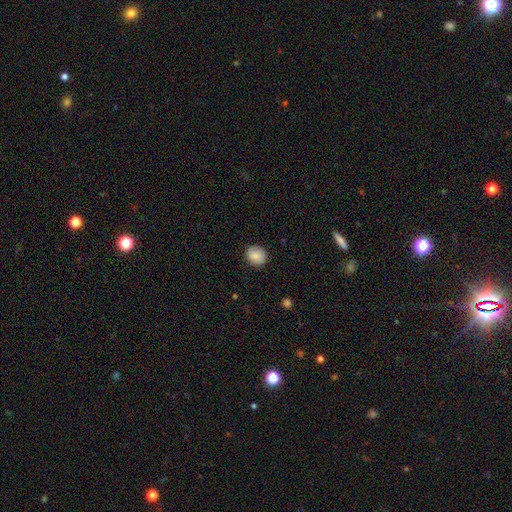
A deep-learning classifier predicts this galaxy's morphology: type=smooth (87%); roundness=round (74%); merging=none (87%).